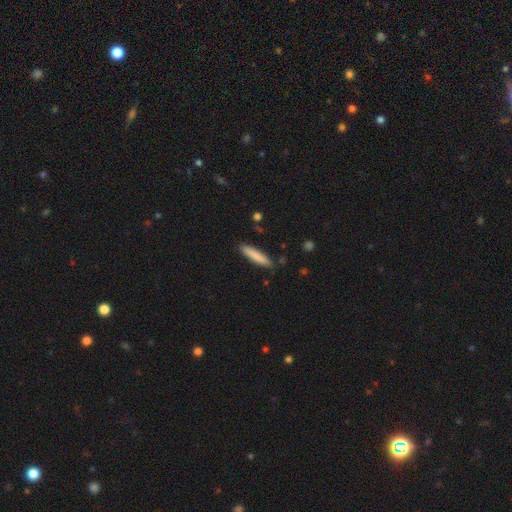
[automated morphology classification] The model was most divided on "smooth or featured": smooth: 82%, featured or disk: 12%, star or artifact: 6%. More confident: how rounded — cigar-shaped (88%); merging — none (88%).